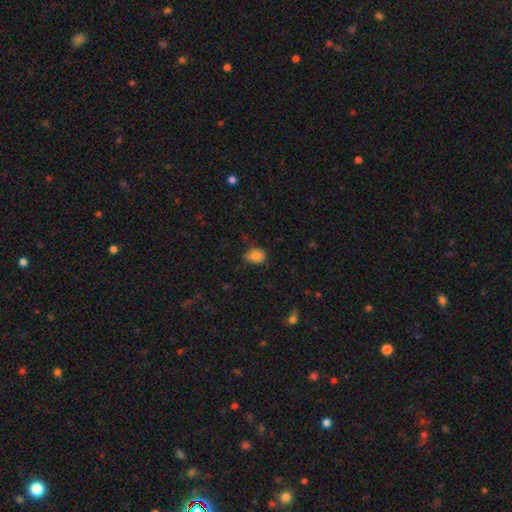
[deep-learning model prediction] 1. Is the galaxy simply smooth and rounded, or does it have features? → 81% smooth, 10% star or artifact, 9% featured or disk.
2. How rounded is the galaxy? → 59% in between, 40% round, 1% cigar-shaped.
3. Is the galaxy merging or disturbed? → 66% none, 27% minor disturbance, 5% major disturbance, 2% merger.